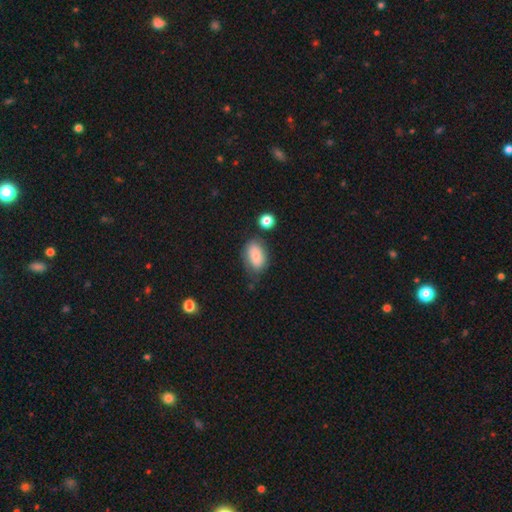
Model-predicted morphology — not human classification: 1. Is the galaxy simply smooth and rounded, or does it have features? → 75% smooth, 17% featured or disk, 8% star or artifact.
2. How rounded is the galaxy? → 89% in between, 10% round, 2% cigar-shaped.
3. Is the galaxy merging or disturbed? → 59% none, 26% minor disturbance, 8% major disturbance, 7% merger.